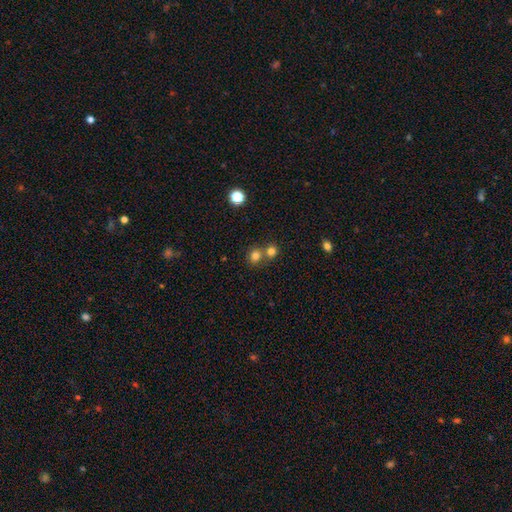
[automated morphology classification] Q: Smooth or featured?
A: smooth (78%); runner-up: star or artifact (15%)
Q: How rounded?
A: round (83%); runner-up: in between (16%)
Q: Merging?
A: none (50%); runner-up: merger (41%)